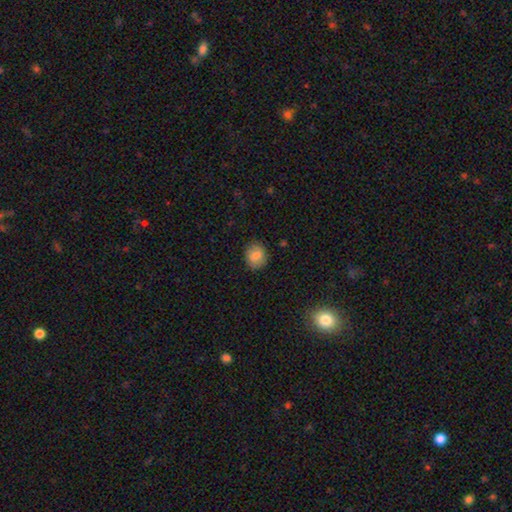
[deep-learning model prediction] A smooth galaxy with no disk features (85%) that is round (70%). Merging: none (87%).